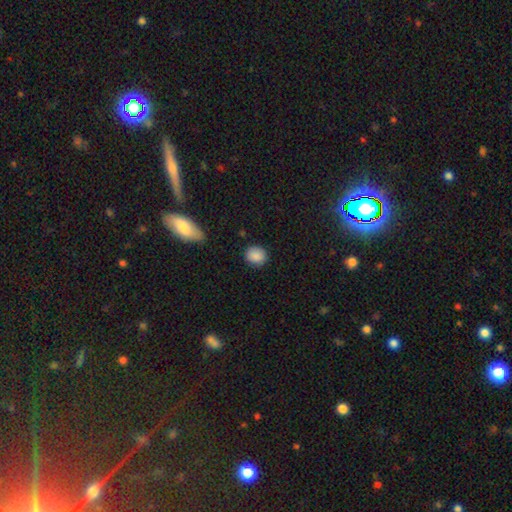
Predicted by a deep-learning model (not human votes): Smooth or featured: smooth — 88% (star or artifact — 8%)
How rounded: round — 73% (in between — 26%)
Merging: none — 85% (minor disturbance — 11%)